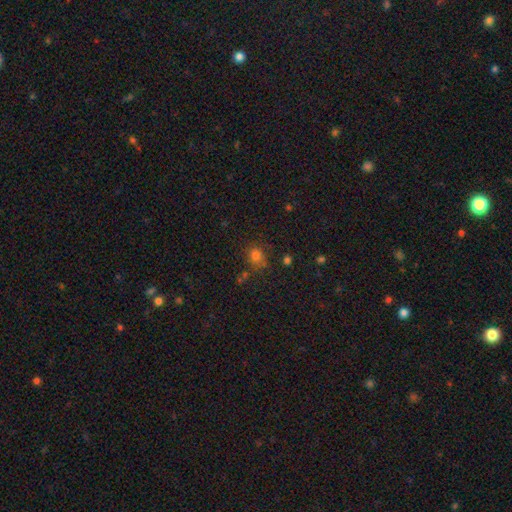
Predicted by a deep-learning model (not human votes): Smooth or featured? smooth (77%)
How rounded? round (64%)
Merging? none (68%)